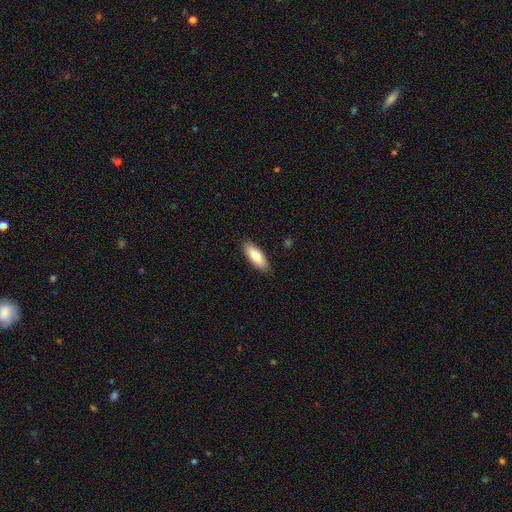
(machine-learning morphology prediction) Q: Smooth or featured?
A: smooth (78%); runner-up: featured or disk (16%)
Q: How rounded?
A: in between (71%); runner-up: cigar-shaped (27%)
Q: Merging?
A: none (88%); runner-up: minor disturbance (9%)